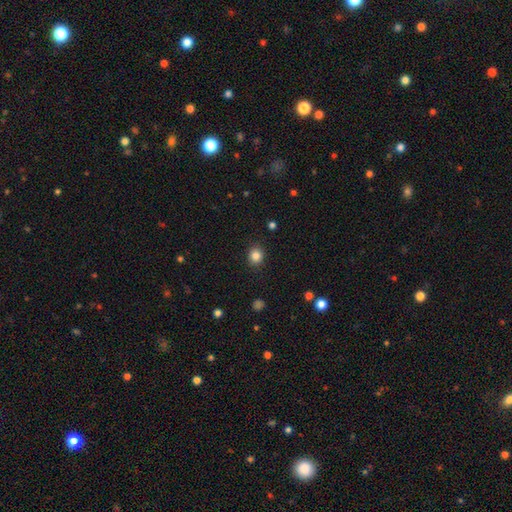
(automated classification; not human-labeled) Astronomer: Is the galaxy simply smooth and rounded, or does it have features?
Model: smooth — 84%.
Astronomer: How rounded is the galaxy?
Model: round — 79%.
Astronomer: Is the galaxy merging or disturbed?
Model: none — 90%.